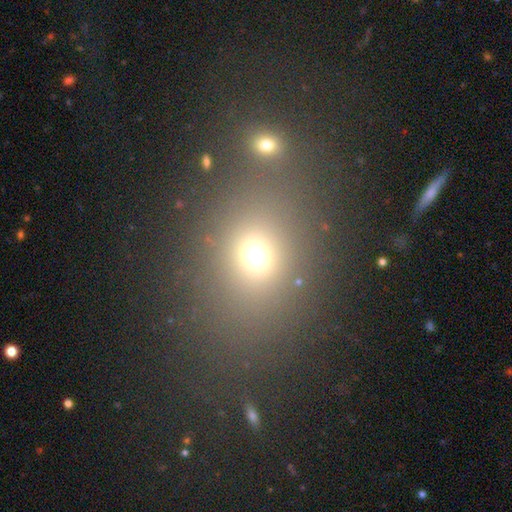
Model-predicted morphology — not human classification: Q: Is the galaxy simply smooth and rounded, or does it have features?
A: smooth — 67%.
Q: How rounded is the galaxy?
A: round — 52%.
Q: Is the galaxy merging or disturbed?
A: none — 72%.